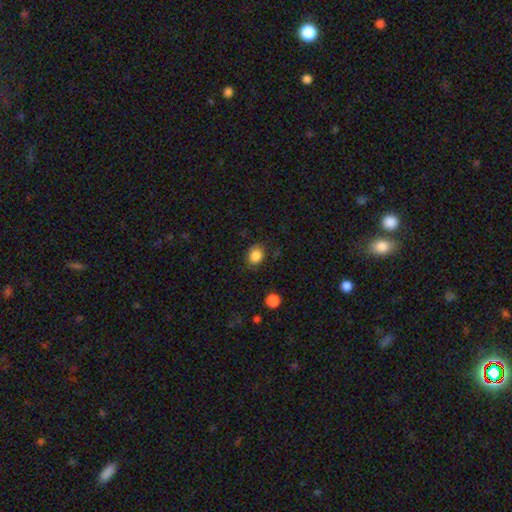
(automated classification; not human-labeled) This appears to be a smooth galaxy with no disk features (86%) that is round (52%). Merging: none (81%).